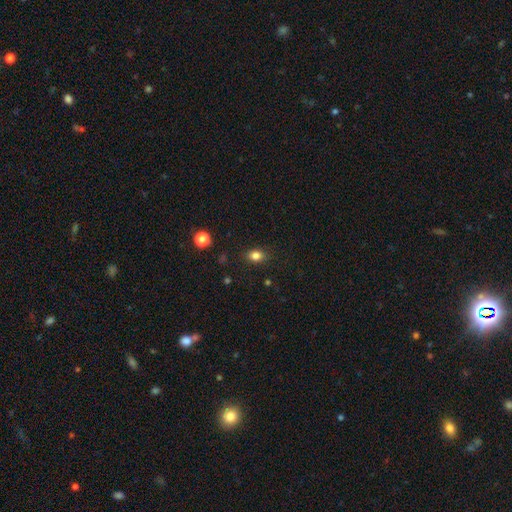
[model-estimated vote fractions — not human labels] This appears to be a smooth galaxy with no disk features (83%) that is in between round and cigar-shaped (70%). Merging: none (86%).